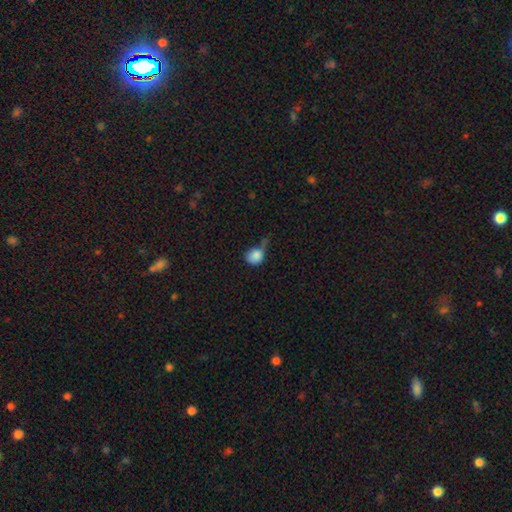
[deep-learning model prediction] Smooth or featured? smooth (83%)
How rounded? round (66%)
Merging? minor disturbance (33%)